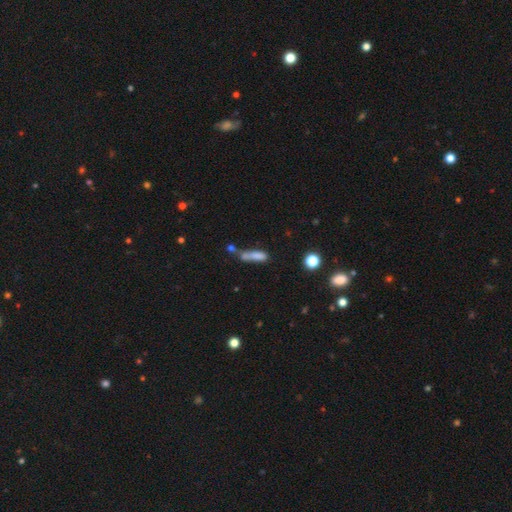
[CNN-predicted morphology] Overall: smooth (71%). How rounded: cigar-shaped (64%; in between 33%). Merging: merger (35%; none 31%).